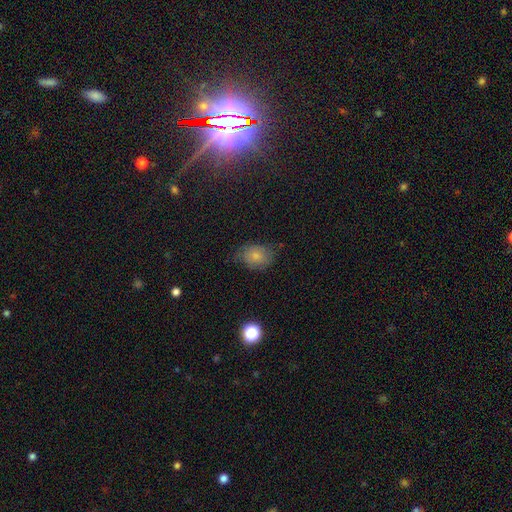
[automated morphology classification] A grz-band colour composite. It shows a smooth galaxy with no disk features (75%) that is in between round and cigar-shaped (58%). Merging: none (60%).